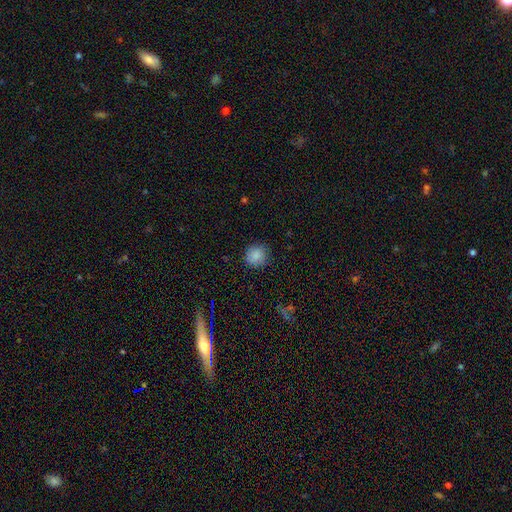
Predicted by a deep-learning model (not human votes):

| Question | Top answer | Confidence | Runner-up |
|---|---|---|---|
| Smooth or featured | smooth | 86% | star or artifact (10%) |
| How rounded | round | 89% | in between (10%) |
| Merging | none | 87% | minor disturbance (10%) |